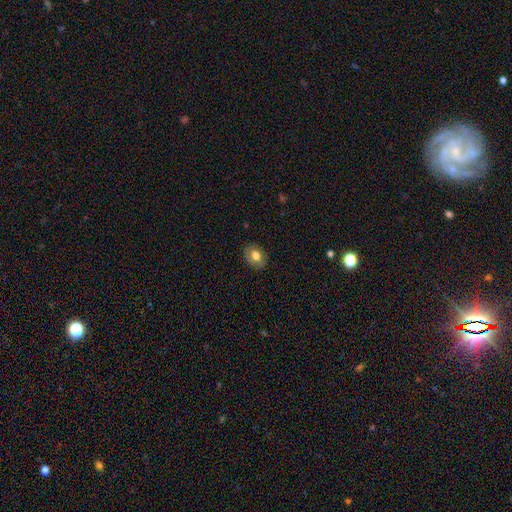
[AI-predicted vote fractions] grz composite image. It shows a smooth galaxy with no disk features (72%) that is in between round and cigar-shaped (70%). Merging: none (85%).